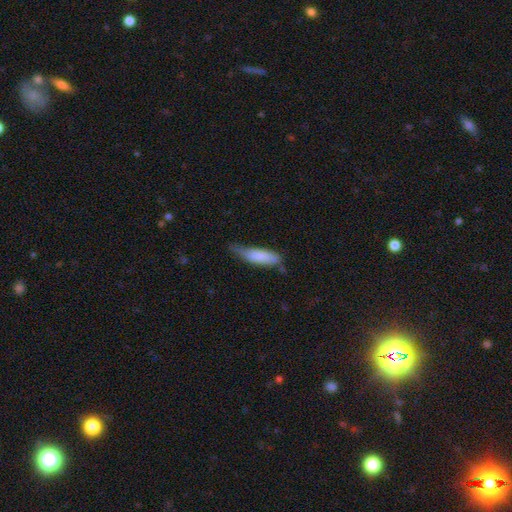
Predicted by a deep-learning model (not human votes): A smooth galaxy with no disk features (52%) that is cigar-shaped (69%).

Vote fractions:
- Smooth or featured? smooth: 52% / featured or disk: 29% / star or artifact: 19%
- How rounded? cigar-shaped: 69% / in between: 28% / round: 3%
- Merging? none: 66% / minor disturbance: 25% / major disturbance: 7% / merger: 2%